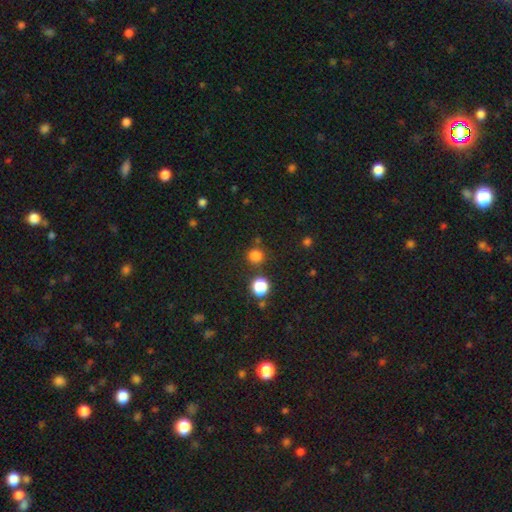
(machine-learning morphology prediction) Smooth or featured? smooth (79%)
How rounded? round (88%)
Merging? none (81%)